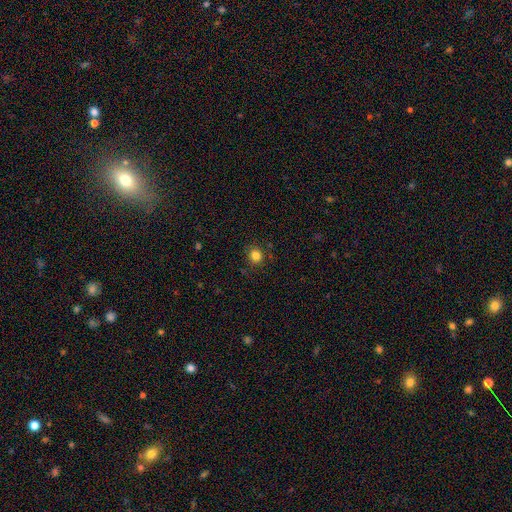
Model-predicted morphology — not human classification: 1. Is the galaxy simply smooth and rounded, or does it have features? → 83% smooth, 13% star or artifact, 5% featured or disk.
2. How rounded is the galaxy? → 86% round, 13% in between, 1% cigar-shaped.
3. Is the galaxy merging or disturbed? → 87% none, 9% minor disturbance, 3% major disturbance, 1% merger.